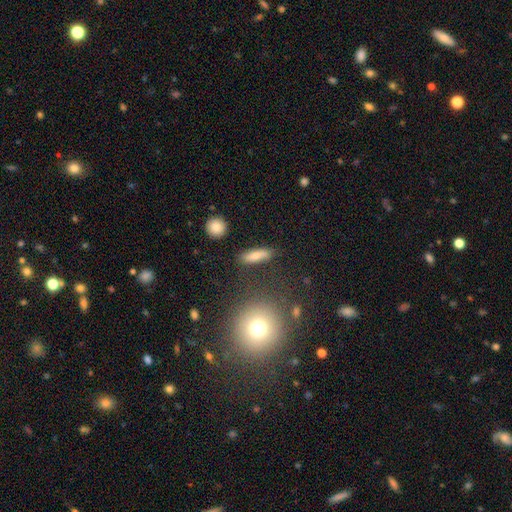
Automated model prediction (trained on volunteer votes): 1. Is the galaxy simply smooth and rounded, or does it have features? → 72% smooth, 19% featured or disk, 9% star or artifact.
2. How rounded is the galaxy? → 52% cigar-shaped, 43% in between, 5% round.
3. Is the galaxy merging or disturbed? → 79% none, 13% minor disturbance, 4% merger, 4% major disturbance.